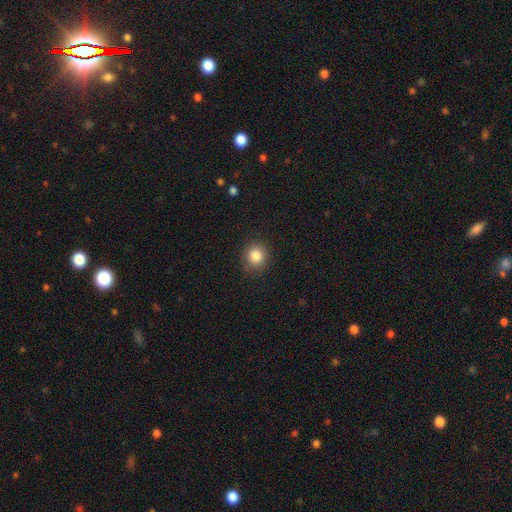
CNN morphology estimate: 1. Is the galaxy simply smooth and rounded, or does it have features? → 84% smooth, 11% star or artifact, 5% featured or disk.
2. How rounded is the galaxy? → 86% round, 13% in between, 1% cigar-shaped.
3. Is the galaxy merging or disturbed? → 88% none, 9% minor disturbance, 3% major disturbance, 1% merger.